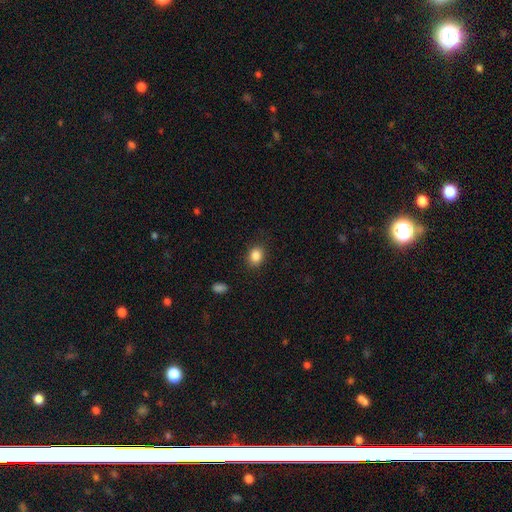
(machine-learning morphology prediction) Overall: smooth (86%). How rounded: in between (50%; round 49%). Merging: none (88%).